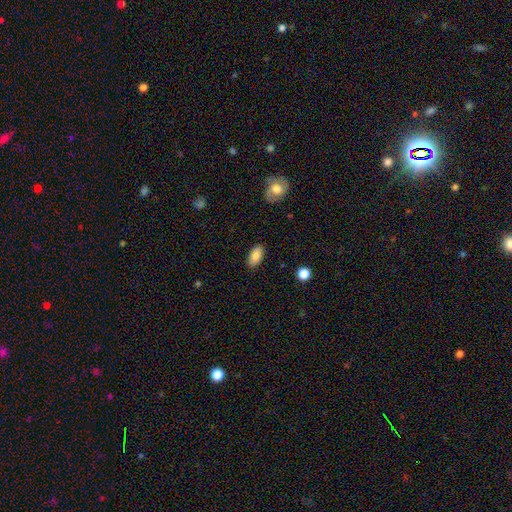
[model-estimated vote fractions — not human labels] Smooth or featured?
  - smooth: 85% *
  - featured or disk: 8%
  - star or artifact: 7%
How rounded?
  - in between: 92% *
  - cigar-shaped: 5%
  - round: 3%
Merging?
  - none: 88% *
  - minor disturbance: 9%
  - major disturbance: 2%
  - merger: 1%